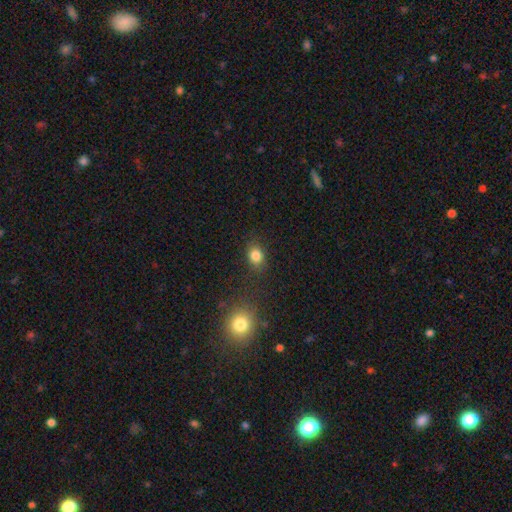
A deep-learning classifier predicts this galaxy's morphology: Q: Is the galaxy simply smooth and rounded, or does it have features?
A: smooth — 82%.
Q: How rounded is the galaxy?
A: in between — 54%.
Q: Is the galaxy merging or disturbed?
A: none — 81%.